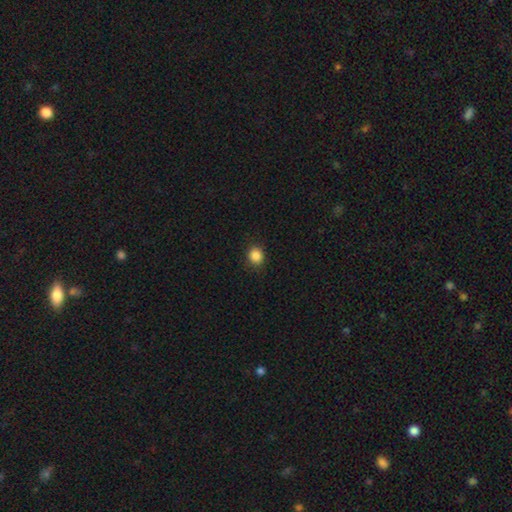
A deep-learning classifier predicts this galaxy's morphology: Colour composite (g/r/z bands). It shows a smooth galaxy with no disk features (86%) that is round (81%). Merging: none (89%).